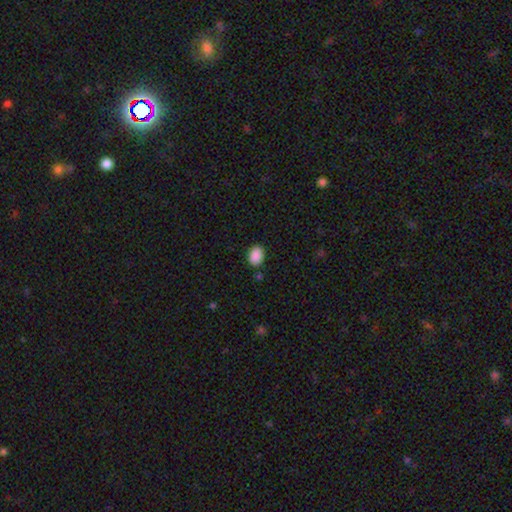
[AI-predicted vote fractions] Smooth or featured? smooth (89%)
How rounded? in between (79%)
Merging? none (85%)